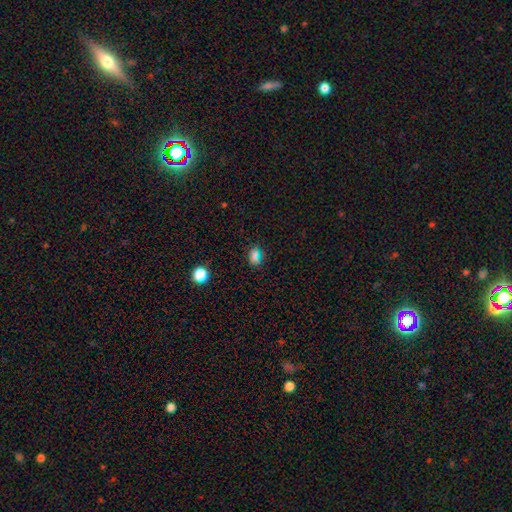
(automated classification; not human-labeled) Smooth or featured? Predicted: smooth (p=0.59). How rounded? Predicted: in between (p=0.48). Merging? Predicted: none (p=0.81).